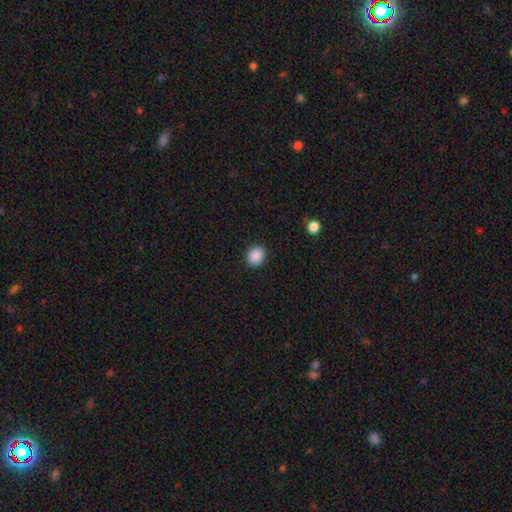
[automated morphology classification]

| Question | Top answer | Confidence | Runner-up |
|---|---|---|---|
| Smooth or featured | smooth | 89% | star or artifact (9%) |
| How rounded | round | 60% | in between (39%) |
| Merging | none | 90% | minor disturbance (7%) |